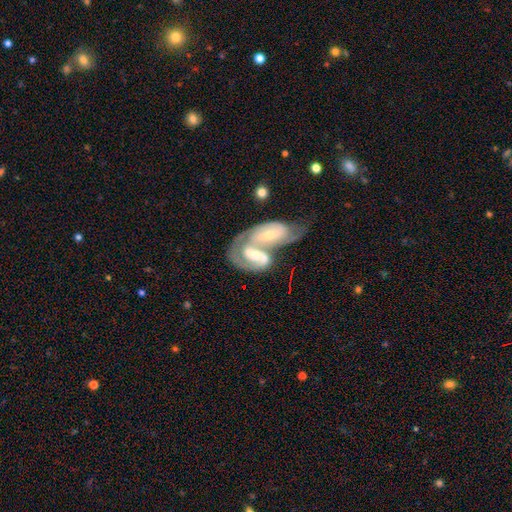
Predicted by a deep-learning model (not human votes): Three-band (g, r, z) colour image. It shows a featured or disk galaxy (79%) with a strong bar (42%), 2 (72%) medium (45%) spiral arms (88%) and a moderate central bulge (48%). Merging: merger (79%).